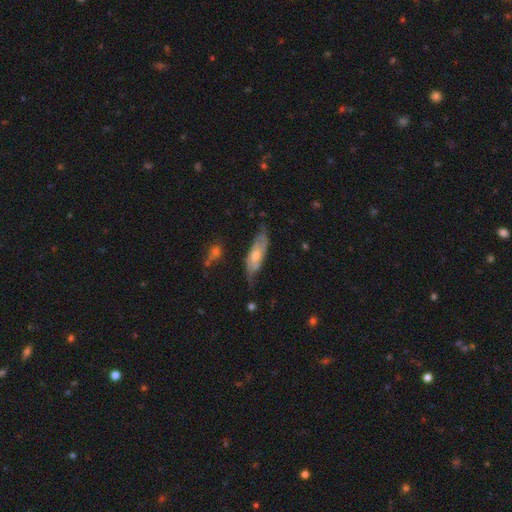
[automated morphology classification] featured or disk 66%, smooth 27%, star or artifact 7%. Down the decision tree: edge-on disk — no (73%); merging — none (63%).